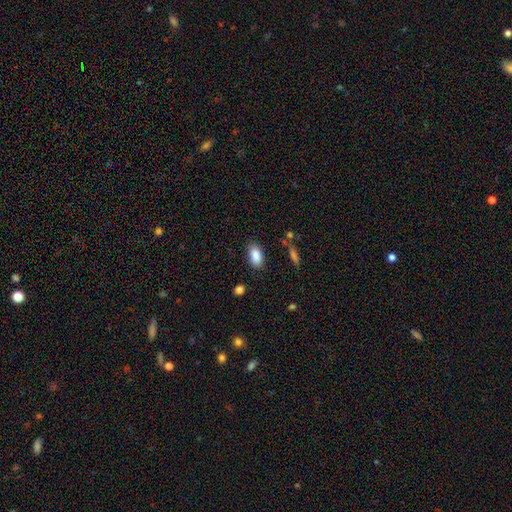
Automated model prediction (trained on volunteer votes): Smooth or featured: smooth — 87% (star or artifact — 7%)
How rounded: in between — 91% (cigar-shaped — 5%)
Merging: none — 83% (minor disturbance — 12%)